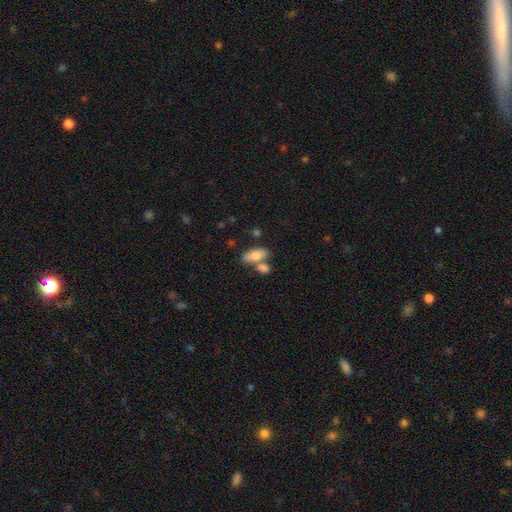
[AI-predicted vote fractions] This appears to be a smooth galaxy with no disk features (74%) that is in between round and cigar-shaped (84%). Merging: none (49%).